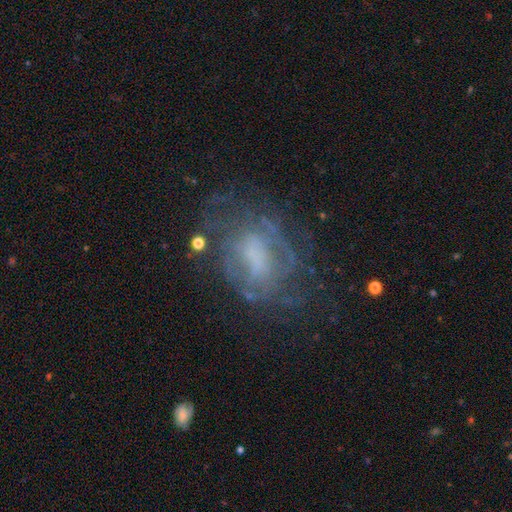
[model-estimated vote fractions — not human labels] The model was most divided on "spiral arms": yes: 53%, no: 47%. Remaining: edge-on disk — no (97%); smooth or featured — featured or disk (65%); bar — no (59%); merging — none (57%); bulge size — none (37%).